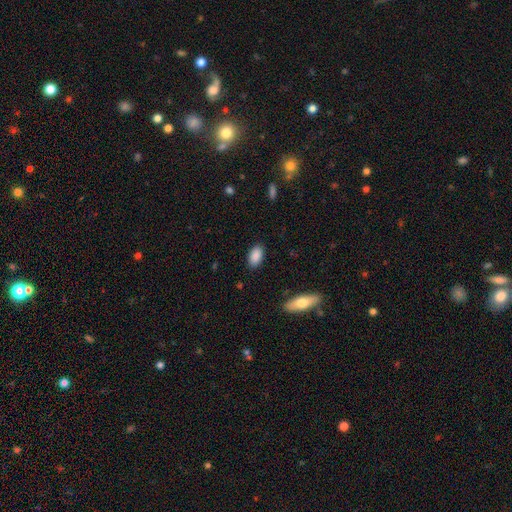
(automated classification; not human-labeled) This appears to be a smooth galaxy with no disk features (89%) that is in between round and cigar-shaped (93%). Merging: none (87%).